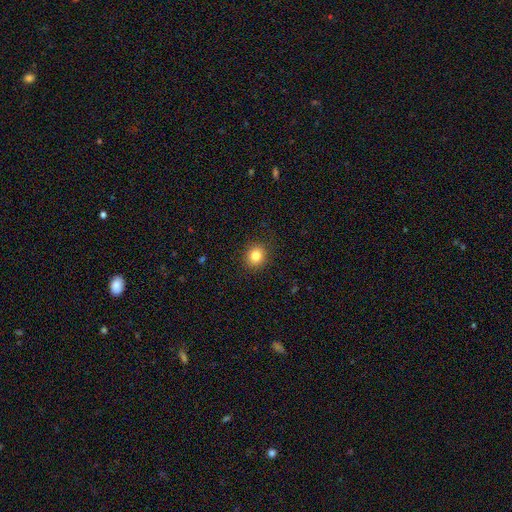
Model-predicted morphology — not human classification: This is clearly a smooth galaxy (83%). How rounded: clearly round (80%). Merging: clearly none (90%).